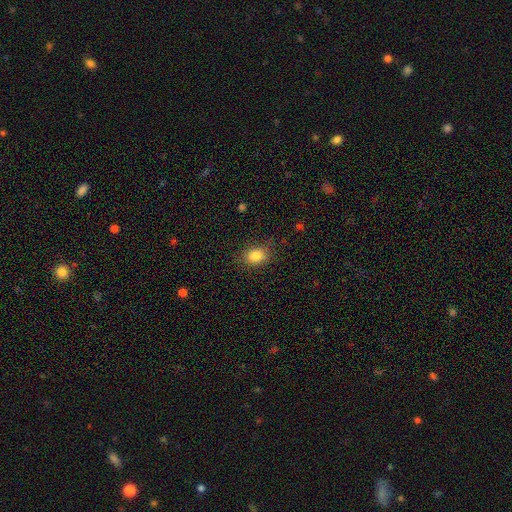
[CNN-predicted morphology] A smooth galaxy with no disk features (84%) that is in between round and cigar-shaped (65%). Merging: none (81%).